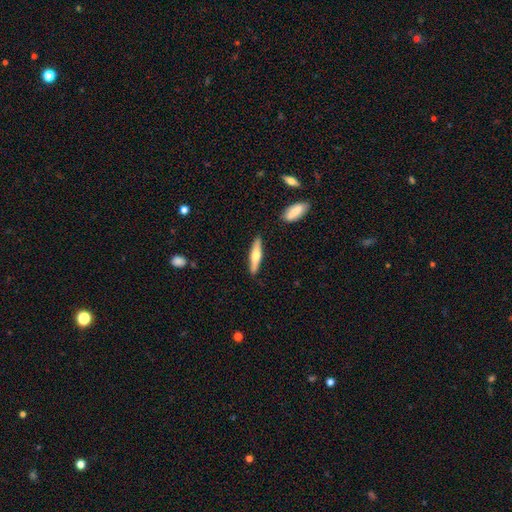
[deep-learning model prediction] Overall: smooth (50%; featured or disk 45%). Merging: none (87%).